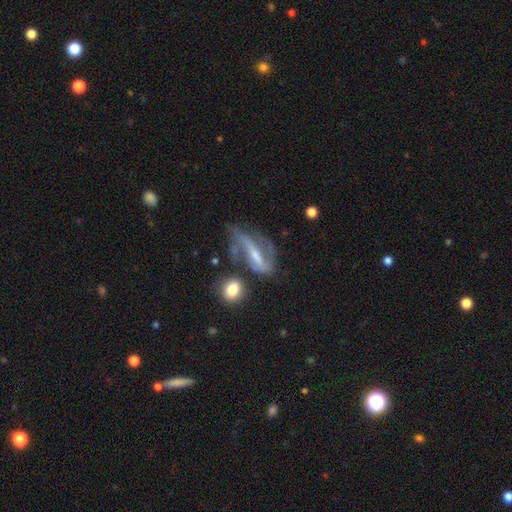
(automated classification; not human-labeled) Smooth or featured?
  - featured or disk: 79% *
  - smooth: 14%
  - star or artifact: 8%
Edge-on disk?
  - no: 83% *
  - yes: 17%
Bar?
  - strong: 58% *
  - weak: 26%
  - no: 15%
Spiral arms?
  - yes: 86% *
  - no: 14%
Spiral winding?
  - loose: 45% *
  - medium: 37%
  - tight: 18%
Spiral arm count?
  - 2: 76% *
  - can't tell: 10%
  - 1: 9%
  - 3: 2%
  - 4: 1%
  - more than 4: 1%
Bulge size?
  - small: 56% *
  - moderate: 34%
  - none: 6%
  - large: 3%
  - dominant: 1%
Merging?
  - none: 44% *
  - major disturbance: 22%
  - minor disturbance: 22%
  - merger: 12%